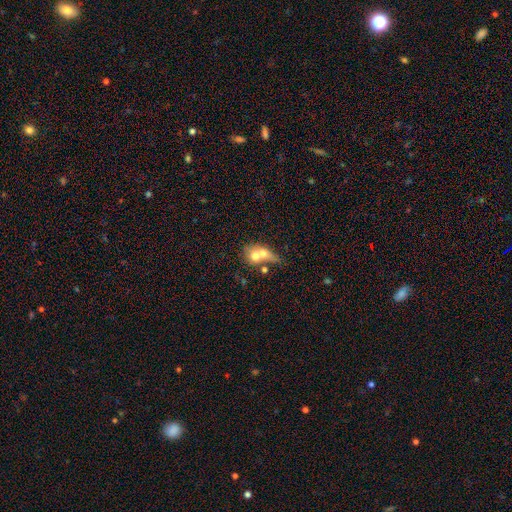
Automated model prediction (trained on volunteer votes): smooth 61%, featured or disk 30%, star or artifact 9%. Down the decision tree: how rounded — round (51%); merging — merger (68%).